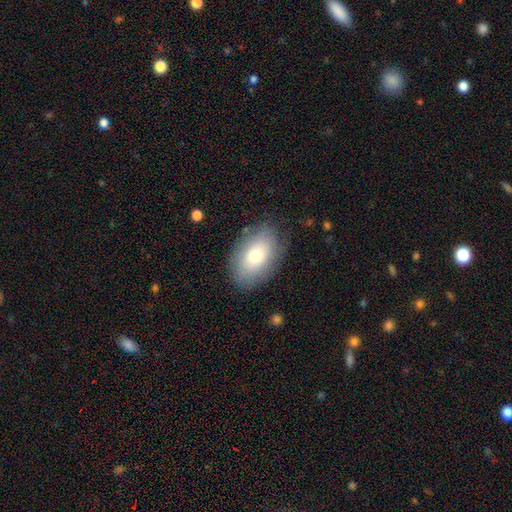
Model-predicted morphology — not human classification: Smooth or featured? Predicted: smooth (p=0.71). How rounded? Predicted: in between (p=0.90). Merging? Predicted: none (p=0.80).